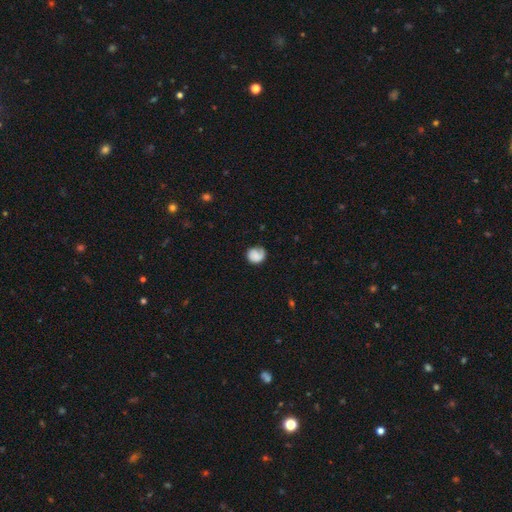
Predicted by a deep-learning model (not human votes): Q: Smooth or featured?
A: smooth (70%); runner-up: featured or disk (22%)
Q: How rounded?
A: round (74%); runner-up: in between (25%)
Q: Merging?
A: none (56%); runner-up: minor disturbance (29%)